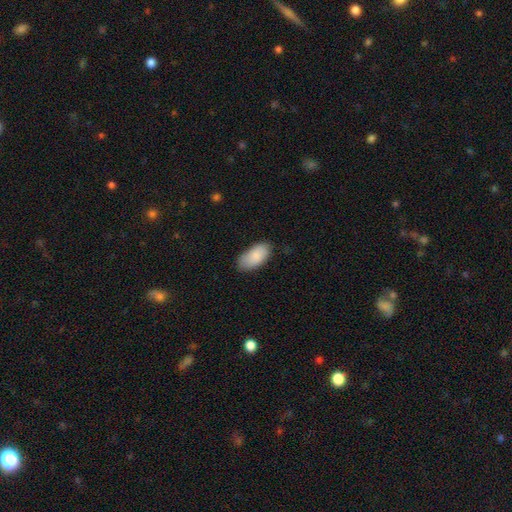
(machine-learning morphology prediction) Smooth or featured? Predicted: smooth (p=0.87). How rounded? Predicted: in between (p=0.95). Merging? Predicted: none (p=0.77).